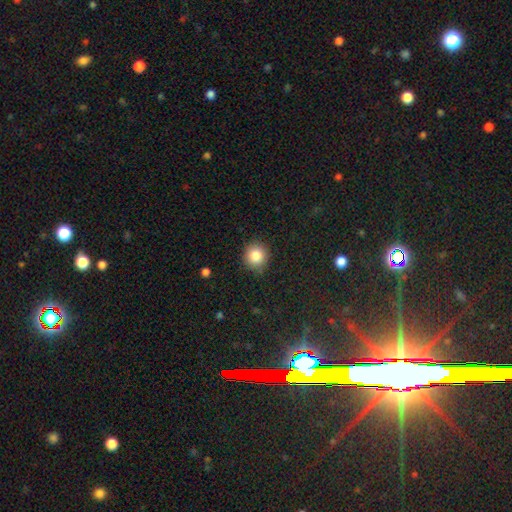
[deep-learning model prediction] The model was most divided on "smooth or featured": smooth: 84%, star or artifact: 10%, featured or disk: 6%. More confident: how rounded — round (90%); merging — none (88%).